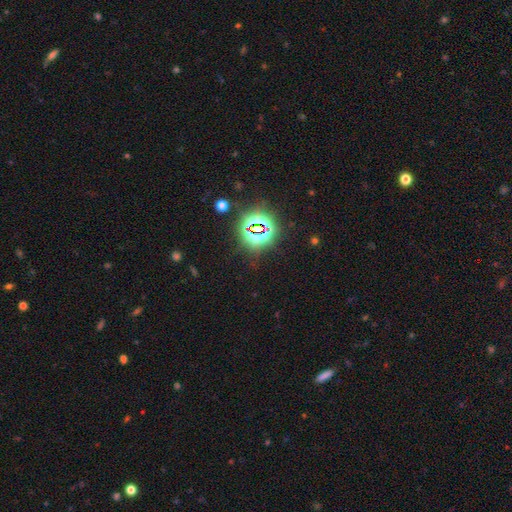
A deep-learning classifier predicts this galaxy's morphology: Q: Smooth or featured?
A: star or artifact (83%); runner-up: smooth (10%)